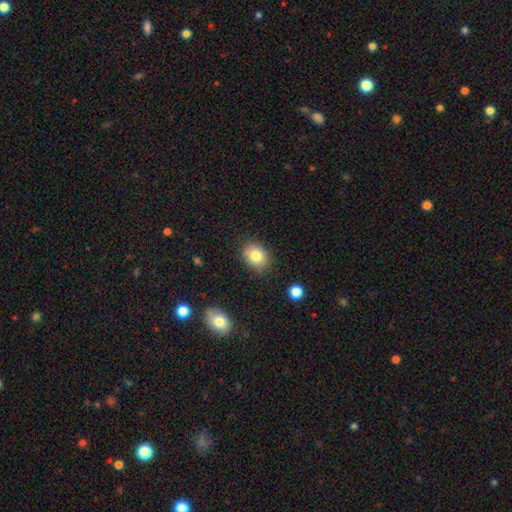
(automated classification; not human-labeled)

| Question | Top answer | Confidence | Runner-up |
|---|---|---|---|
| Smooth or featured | smooth | 81% | featured or disk (10%) |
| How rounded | in between | 54% | round (45%) |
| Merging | none | 84% | minor disturbance (12%) |